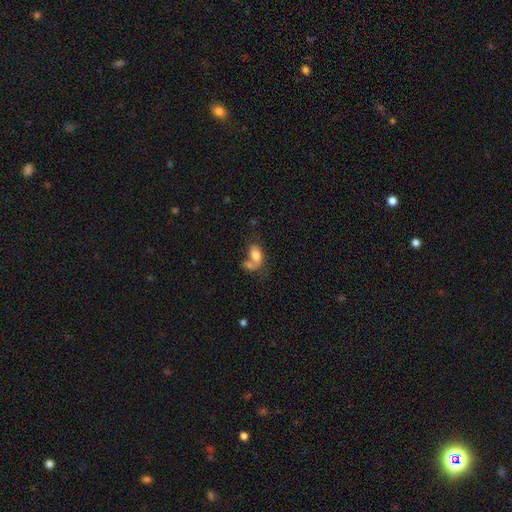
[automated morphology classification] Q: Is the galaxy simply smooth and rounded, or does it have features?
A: smooth — 76%.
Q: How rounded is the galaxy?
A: in between — 89%.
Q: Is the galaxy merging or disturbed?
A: merger — 51%.